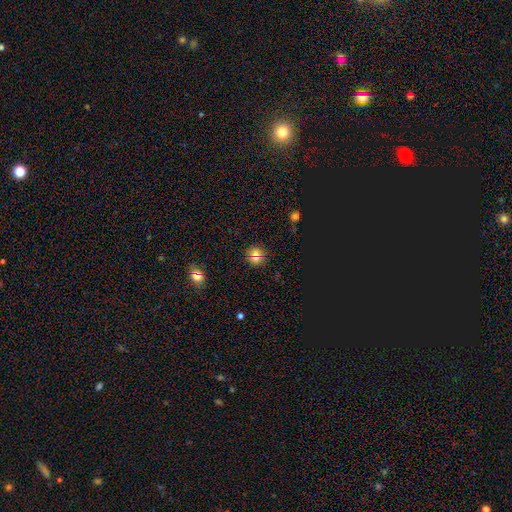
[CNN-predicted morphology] A smooth galaxy with no disk features (62%) that is round (91%). Merging: none (83%).